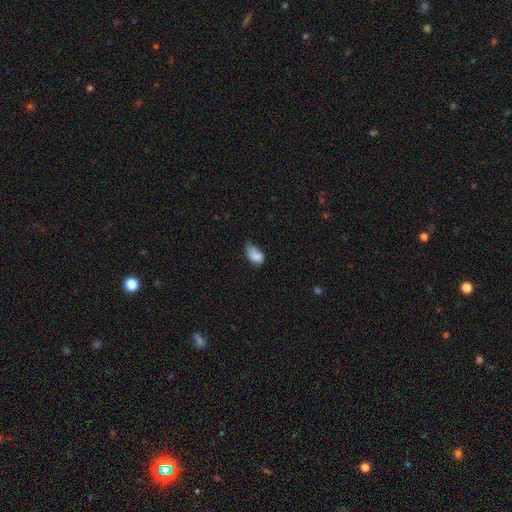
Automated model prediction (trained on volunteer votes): The model was most divided on "merging": minor disturbance: 46%, none: 28%, major disturbance: 20%, merger: 6%. More confident: how rounded — in between (88%); smooth or featured — smooth (81%).